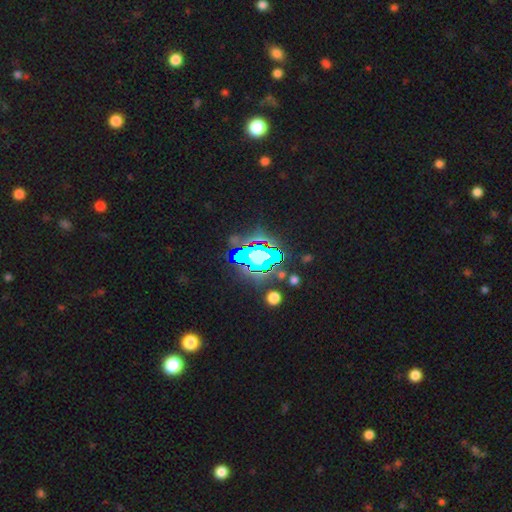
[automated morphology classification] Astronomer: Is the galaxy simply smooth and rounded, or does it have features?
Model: star or artifact — 77%.